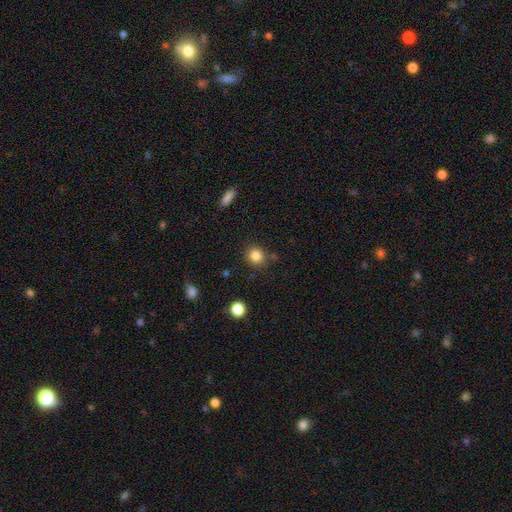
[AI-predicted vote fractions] This appears to be a smooth galaxy with no disk features (84%) that is round (86%). Merging: none (82%).